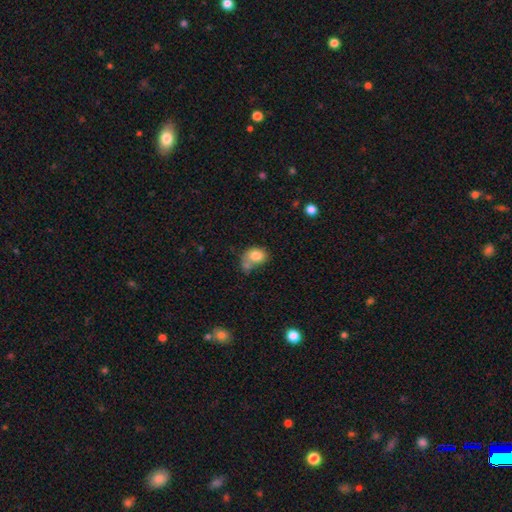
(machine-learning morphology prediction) Smooth or featured? Predicted: smooth (p=0.79). How rounded? Predicted: in between (p=0.59). Merging? Predicted: merger (p=0.41).